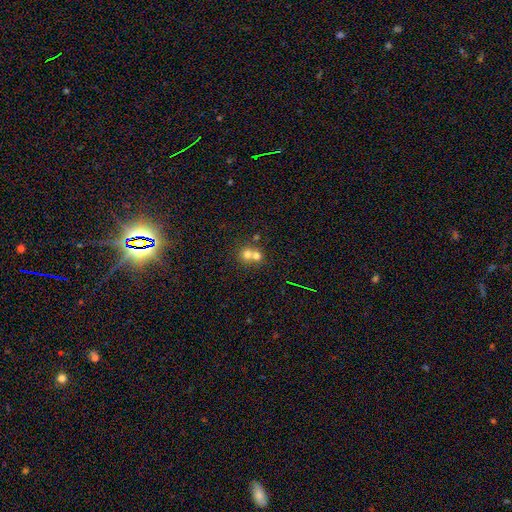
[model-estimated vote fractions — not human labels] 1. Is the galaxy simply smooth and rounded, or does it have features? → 68% smooth, 18% featured or disk, 14% star or artifact.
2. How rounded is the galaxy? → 82% round, 17% in between, 1% cigar-shaped.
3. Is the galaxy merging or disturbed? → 62% merger, 31% none, 4% minor disturbance, 2% major disturbance.